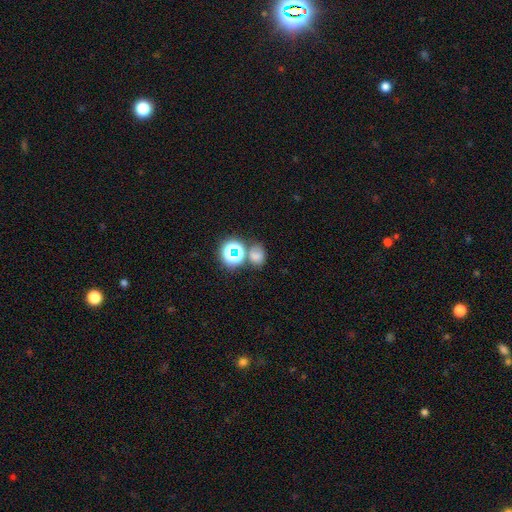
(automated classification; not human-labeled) The model was most divided on "how rounded": round: 54%, in between: 45%, cigar-shaped: 1%. More confident: smooth or featured — smooth (63%); merging — none (58%).